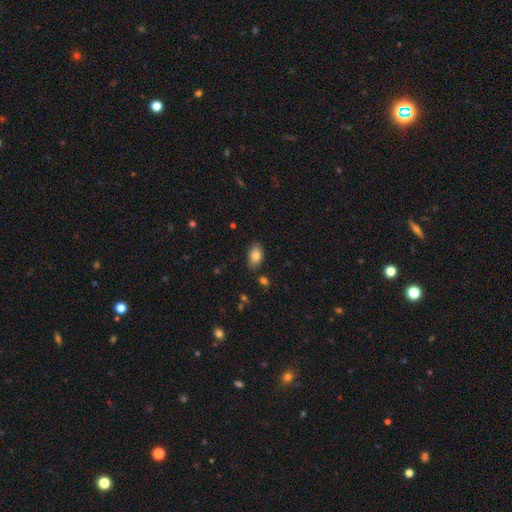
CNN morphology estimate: A smooth galaxy with no disk features (84%) that is in between round and cigar-shaped (90%). Merging: none (84%).